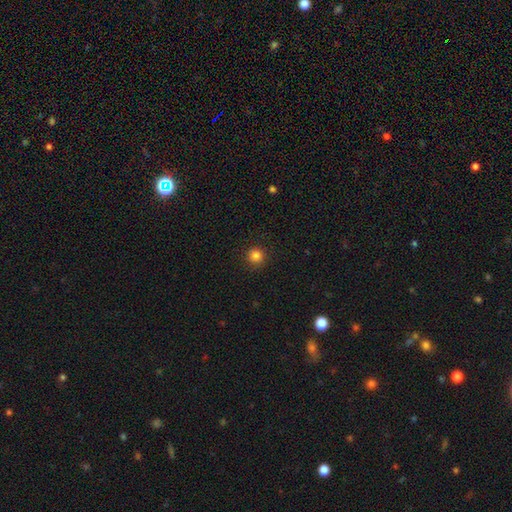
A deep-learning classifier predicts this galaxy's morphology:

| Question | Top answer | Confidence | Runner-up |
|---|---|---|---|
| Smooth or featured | smooth | 84% | star or artifact (12%) |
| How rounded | round | 95% | in between (4%) |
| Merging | none | 91% | minor disturbance (6%) |